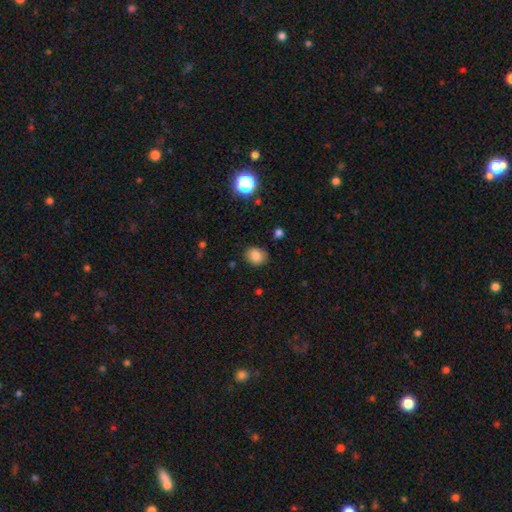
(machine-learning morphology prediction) Smooth or featured: smooth — 83% (star or artifact — 10%)
How rounded: round — 54% (in between — 45%)
Merging: none — 83% (minor disturbance — 13%)